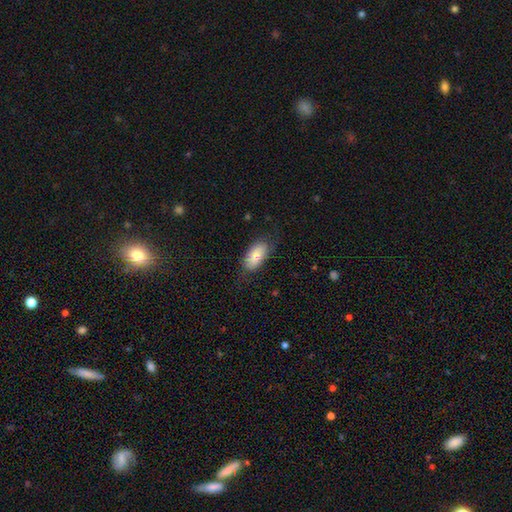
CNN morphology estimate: A smooth galaxy with no disk features (80%) that is in between round and cigar-shaped (93%). Merging: none (72%).